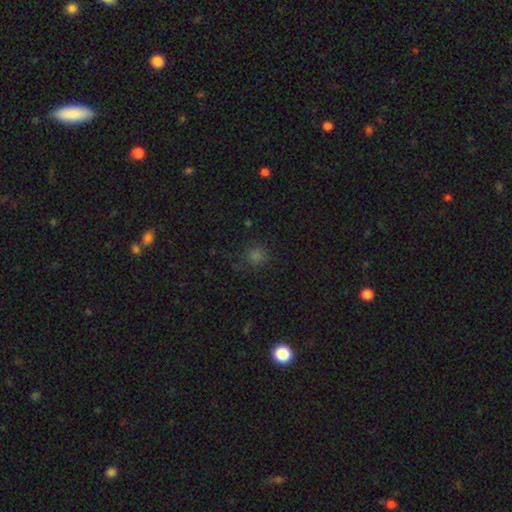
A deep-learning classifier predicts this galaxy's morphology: This appears to be a smooth galaxy with no disk features (67%) that is round (88%). Merging: none (82%).